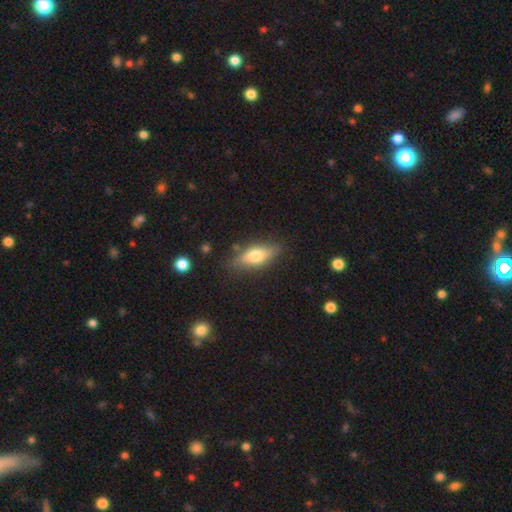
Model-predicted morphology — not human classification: A smooth galaxy with no disk features (56%) that is in between round and cigar-shaped (68%).

Vote fractions:
- Smooth or featured? smooth: 56% / featured or disk: 36% / star or artifact: 7%
- How rounded? in between: 68% / cigar-shaped: 28% / round: 4%
- Merging? none: 80% / minor disturbance: 14% / major disturbance: 3% / merger: 2%